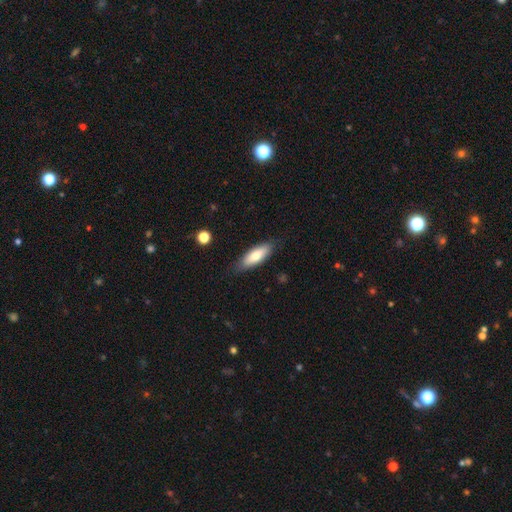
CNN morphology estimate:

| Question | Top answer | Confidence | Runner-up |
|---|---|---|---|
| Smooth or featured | smooth | 76% | featured or disk (18%) |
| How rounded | in between | 60% | cigar-shaped (38%) |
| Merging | none | 81% | minor disturbance (14%) |